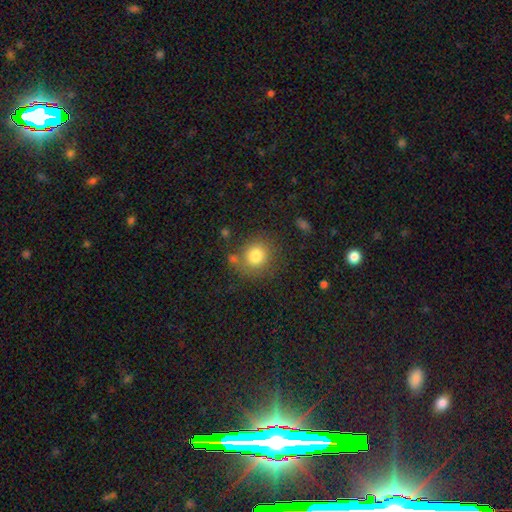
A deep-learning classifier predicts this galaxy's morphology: Overall: smooth (80%). How rounded: round (85%). Merging: none (73%).